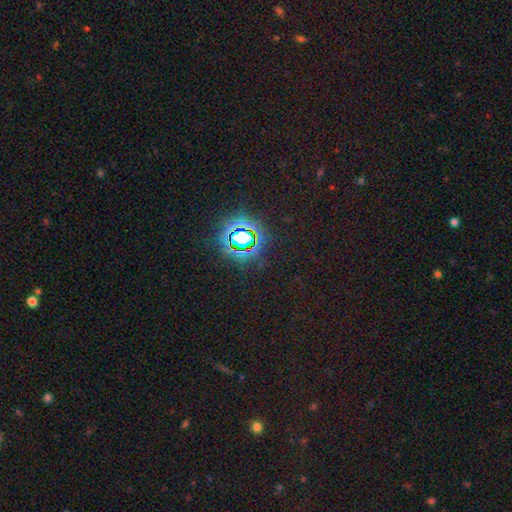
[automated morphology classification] This appears to be a star or artifact, not a galaxy (78%).